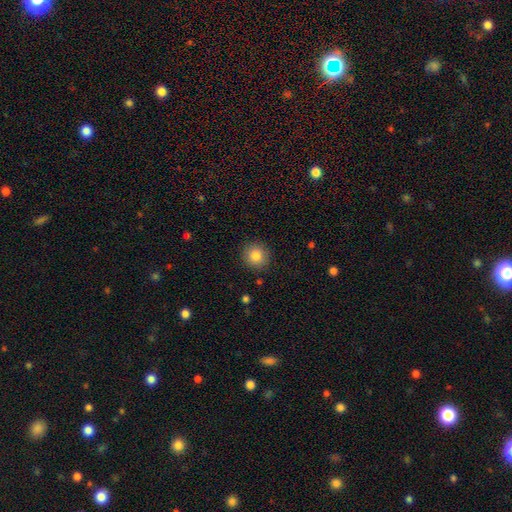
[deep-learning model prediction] smooth-or-featured: smooth: 85% | star or artifact: 9% | featured or disk: 6%
  how-rounded: round: 91% | in between: 8% | cigar-shaped: 1%
  merging: none: 90% | minor disturbance: 7% | major disturbance: 2% | merger: 1%